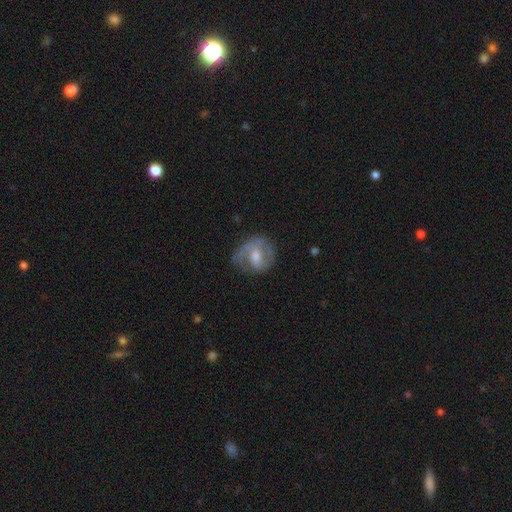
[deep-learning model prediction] This is likely a featured or disk galaxy (68%). It is clearly not viewed edge-on (97%). Bar: possibly weak (48%). Spiral arm pattern: clearly yes (81%). Spiral arm count: possibly 2 (58%). Spiral winding: marginally medium (45%). Central bulge: likely moderate (62%). Merging: possibly none (59%).